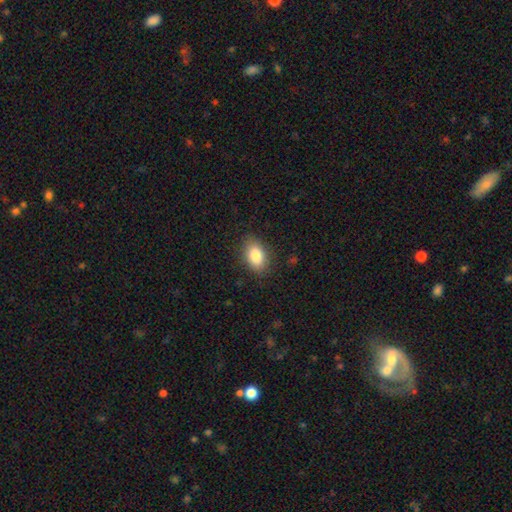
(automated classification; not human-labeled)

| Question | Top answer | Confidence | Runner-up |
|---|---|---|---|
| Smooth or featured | smooth | 84% | featured or disk (8%) |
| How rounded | in between | 89% | round (9%) |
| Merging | none | 86% | minor disturbance (10%) |